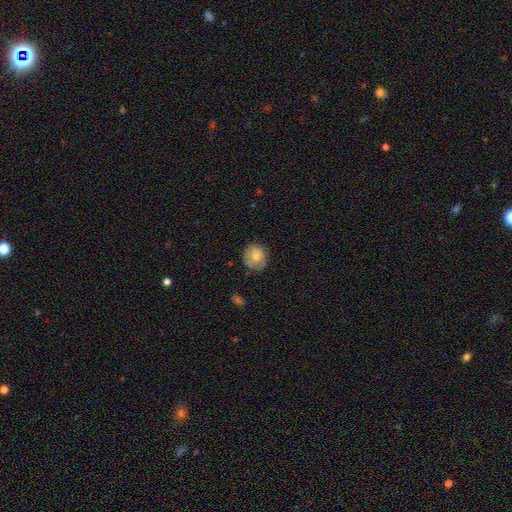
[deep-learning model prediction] A smooth galaxy with no disk features (71%) that is round (84%).

Vote fractions:
- Smooth or featured? smooth: 71% / featured or disk: 21% / star or artifact: 8%
- How rounded? round: 84% / in between: 15% / cigar-shaped: 1%
- Merging? none: 70% / minor disturbance: 22% / major disturbance: 7% / merger: 1%